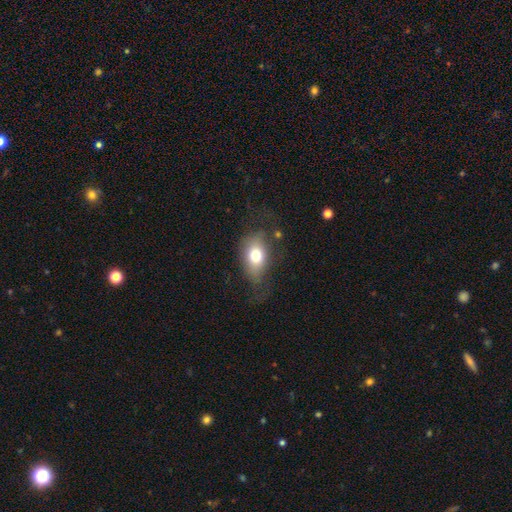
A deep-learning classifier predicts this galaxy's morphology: Overall: smooth (71%). How rounded: in between (80%). Merging: none (55%; minor disturbance 26%).